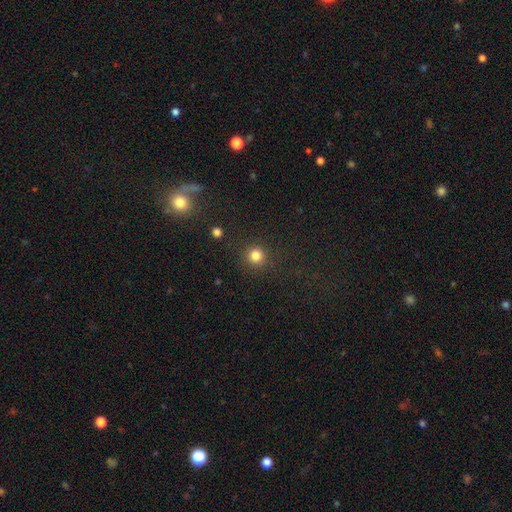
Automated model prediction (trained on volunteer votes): Morphology: type=smooth (83%); roundness=round (94%); merging=none (88%).